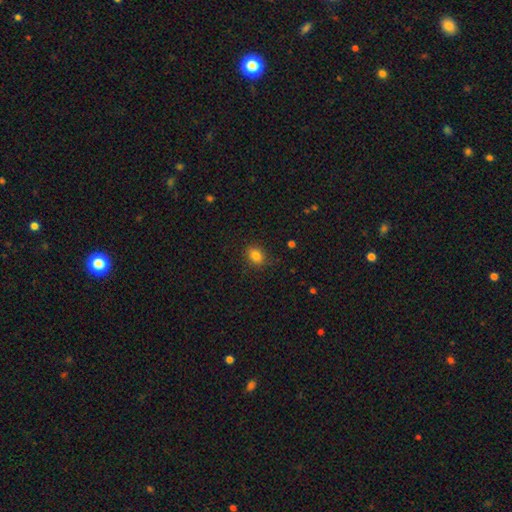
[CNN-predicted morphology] Smooth or featured?
  - smooth: 82% *
  - star or artifact: 11%
  - featured or disk: 7%
How rounded?
  - in between: 58% *
  - round: 41%
  - cigar-shaped: 1%
Merging?
  - none: 84% *
  - minor disturbance: 12%
  - major disturbance: 3%
  - merger: 1%